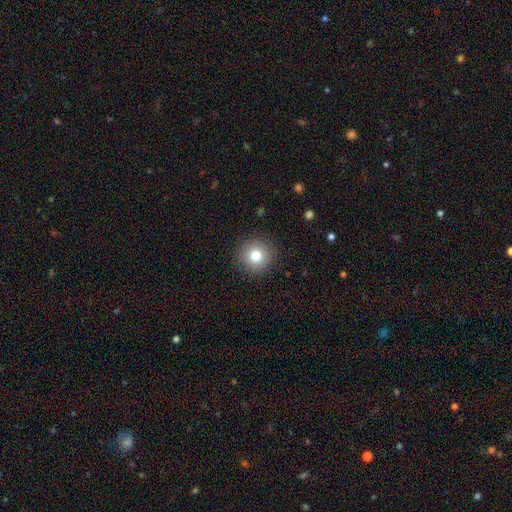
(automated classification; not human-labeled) This is likely a smooth galaxy (78%). How rounded: clearly round (95%). Merging: clearly none (91%).